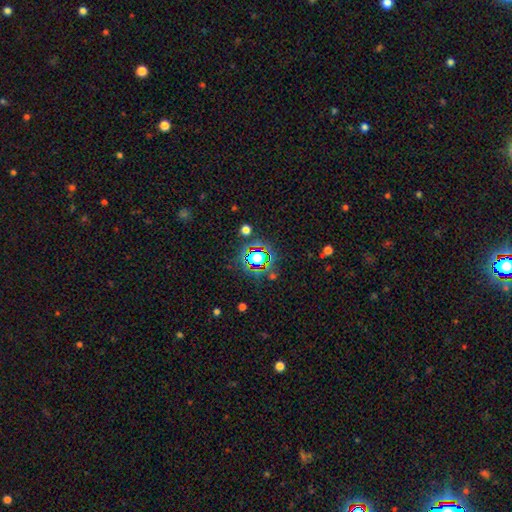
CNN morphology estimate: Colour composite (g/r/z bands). It shows a star or artifact, not a galaxy (59%).